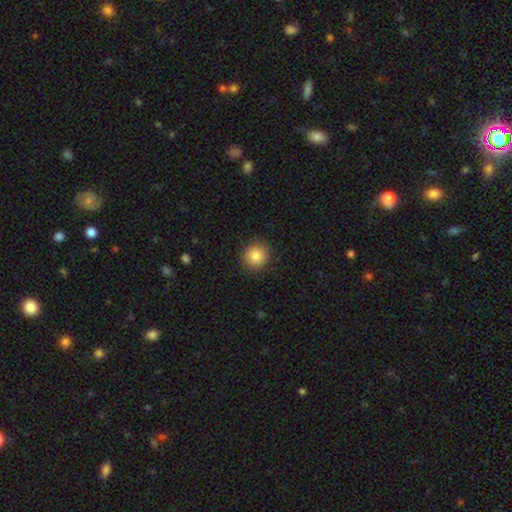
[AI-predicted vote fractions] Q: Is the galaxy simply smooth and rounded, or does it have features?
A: smooth — 84%.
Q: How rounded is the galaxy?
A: round — 90%.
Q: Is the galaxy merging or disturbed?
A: none — 90%.